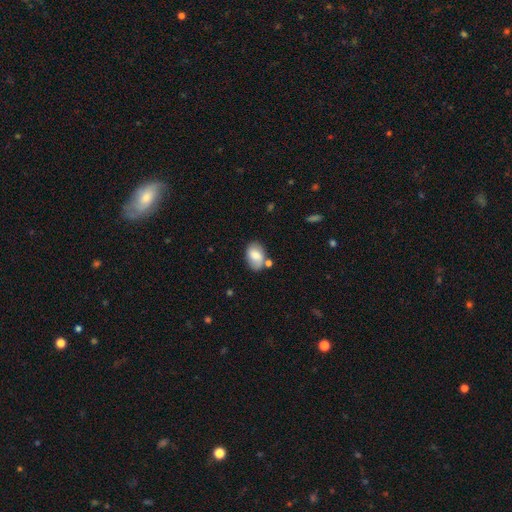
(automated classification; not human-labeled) Smooth or featured? smooth (71%)
How rounded? in between (85%)
Merging? none (62%)